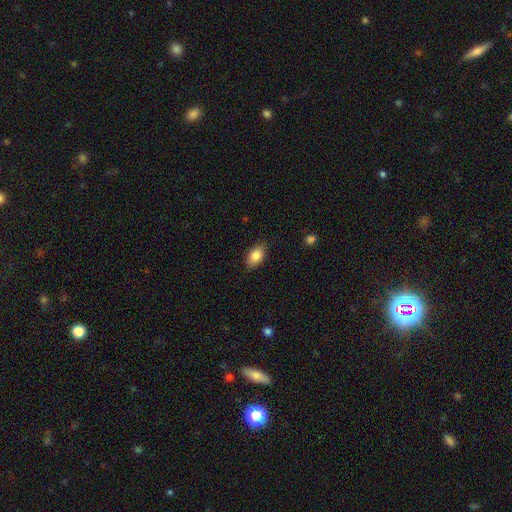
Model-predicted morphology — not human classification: The model was most divided on "merging": none: 83%, minor disturbance: 14%, major disturbance: 3%, merger: 1%. More confident: how rounded — in between (90%); smooth or featured — smooth (86%).